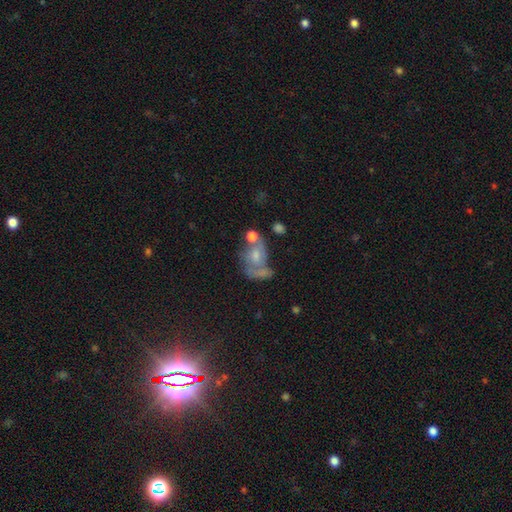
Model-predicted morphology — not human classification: Smooth or featured: featured or disk — 47% (smooth — 42%)
Merging: merger — 32% (none — 25%)